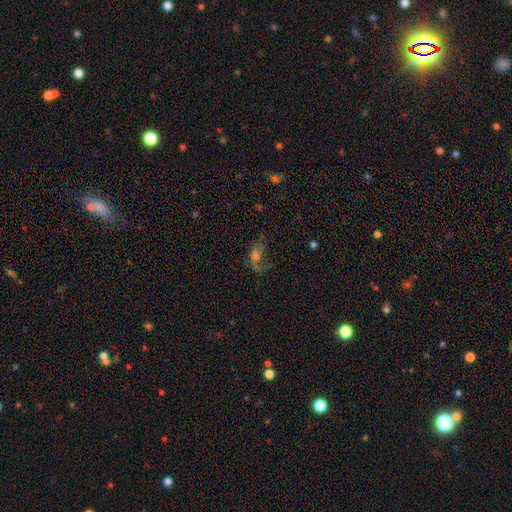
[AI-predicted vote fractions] A featured or disk galaxy (44%).

Vote fractions:
- Smooth or featured? featured or disk: 44% / smooth: 31% / star or artifact: 25%
- Merging? major disturbance: 38% (tied) / none: 38% (tied) / minor disturbance: 19% / merger: 5%